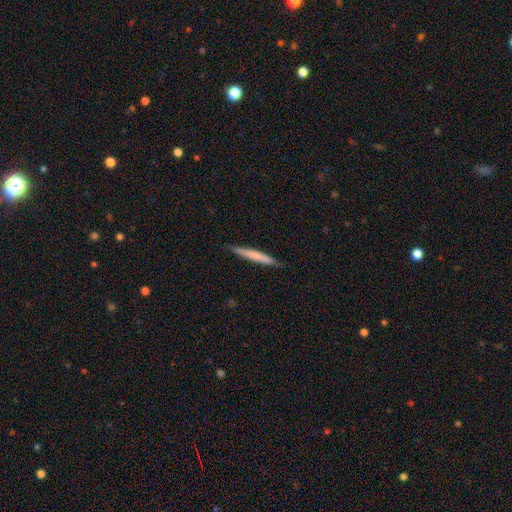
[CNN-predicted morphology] smooth 64%, featured or disk 31%, star or artifact 5%. Down the decision tree: how rounded — cigar-shaped (96%); merging — none (87%).